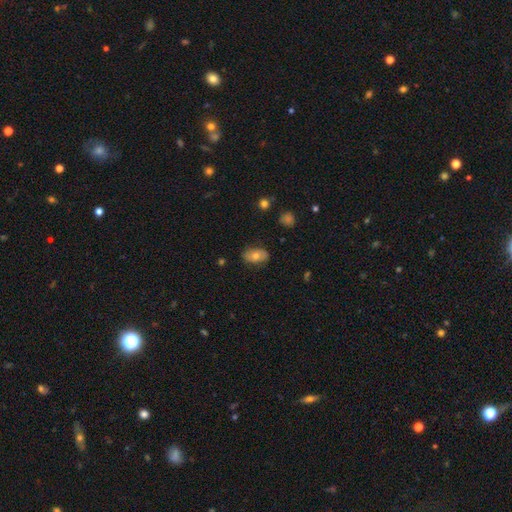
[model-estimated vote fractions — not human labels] smooth-or-featured: smooth: 59% | featured or disk: 32% | star or artifact: 9%
  how-rounded: in between: 88% | round: 10% | cigar-shaped: 2%
  merging: none: 80% | minor disturbance: 15% | major disturbance: 3% | merger: 1%